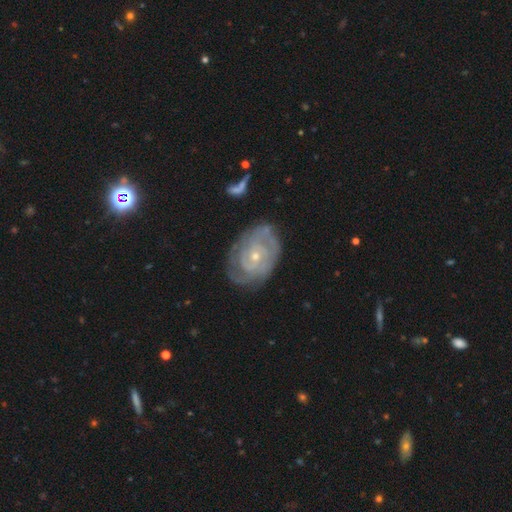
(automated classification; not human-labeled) Overall: featured or disk (82%). Edge-on disk: no (96%). Bar: no (74%). Spiral arms: yes (91%). Spiral arm count: can't tell (40%; 2 26%). Spiral winding: tight (74%). Bulge size: small (71%). Merging: none (71%).